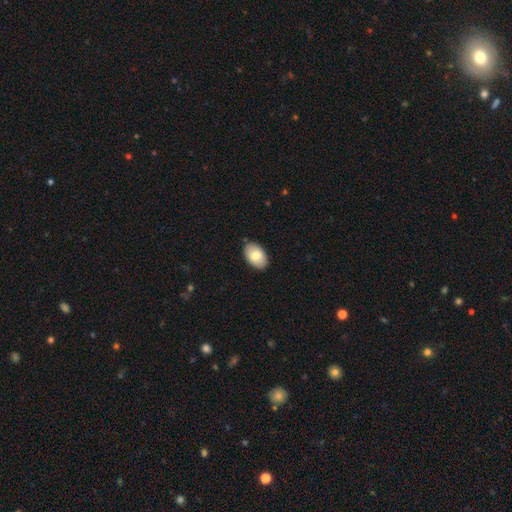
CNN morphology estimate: The model was most divided on "smooth or featured": smooth: 78%, featured or disk: 16%, star or artifact: 6%. More confident: how rounded — in between (92%); merging — none (86%).